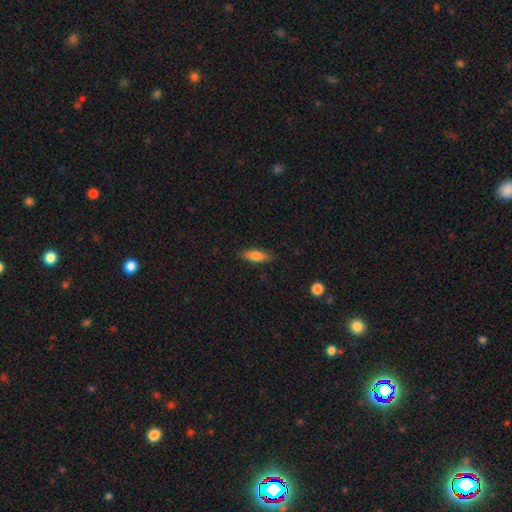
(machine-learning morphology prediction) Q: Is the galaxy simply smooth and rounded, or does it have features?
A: smooth — 77%.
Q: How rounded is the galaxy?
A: in between — 62%.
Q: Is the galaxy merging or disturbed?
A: none — 85%.